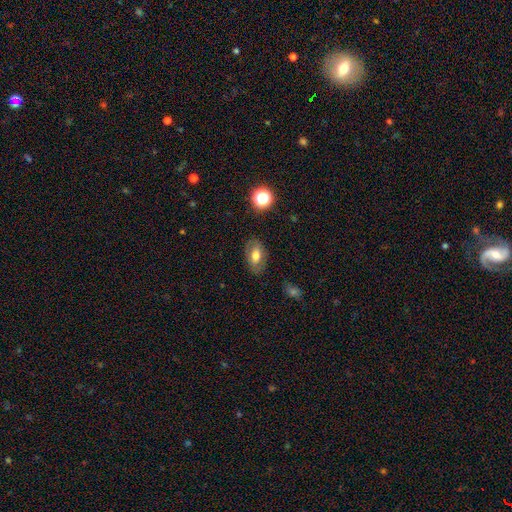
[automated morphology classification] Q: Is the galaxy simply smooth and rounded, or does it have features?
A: smooth — 61%.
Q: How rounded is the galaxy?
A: in between — 88%.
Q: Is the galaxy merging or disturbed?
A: none — 80%.